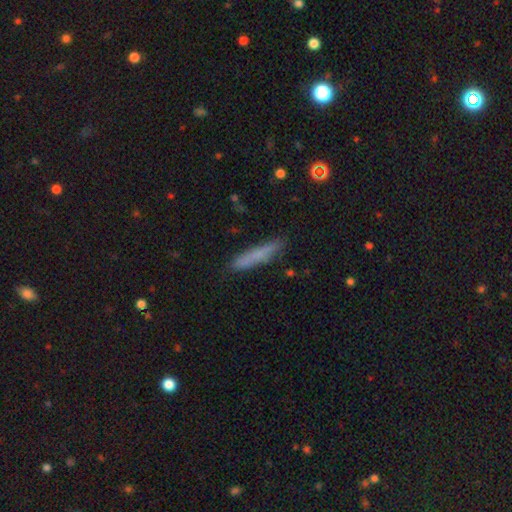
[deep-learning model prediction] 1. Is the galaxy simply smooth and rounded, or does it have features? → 73% smooth, 20% featured or disk, 8% star or artifact.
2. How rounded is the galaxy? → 92% cigar-shaped, 6% in between, 1% round.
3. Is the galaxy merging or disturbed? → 86% none, 10% minor disturbance, 2% major disturbance, 1% merger.